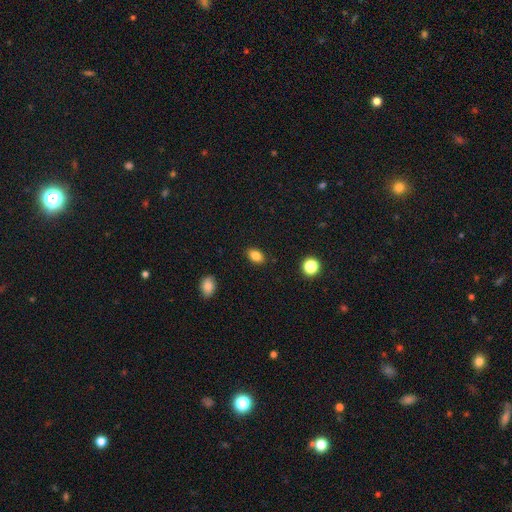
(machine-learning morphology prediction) Smooth or featured: smooth — 84% (star or artifact — 10%)
How rounded: in between — 83% (round — 15%)
Merging: none — 88% (minor disturbance — 9%)